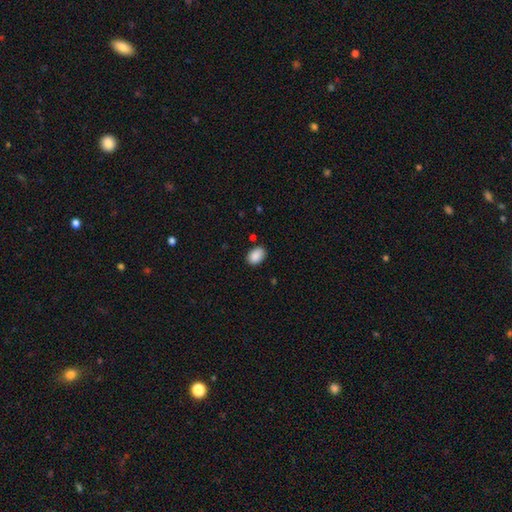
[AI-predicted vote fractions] This is clearly a smooth galaxy (89%). How rounded: likely in between (80%). Merging: clearly none (84%).